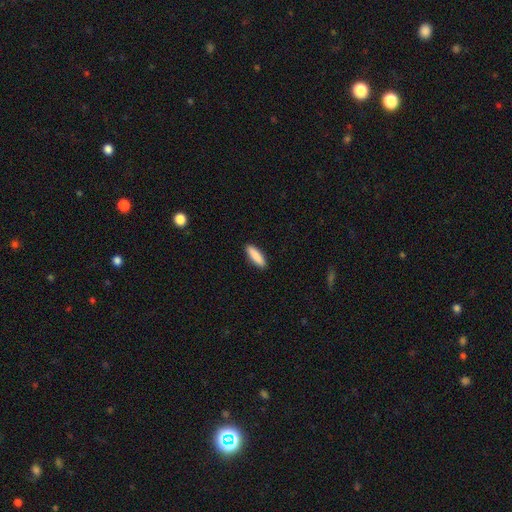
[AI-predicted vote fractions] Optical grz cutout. It shows a smooth galaxy with no disk features (89%) that is cigar-shaped (58%). Merging: none (91%).